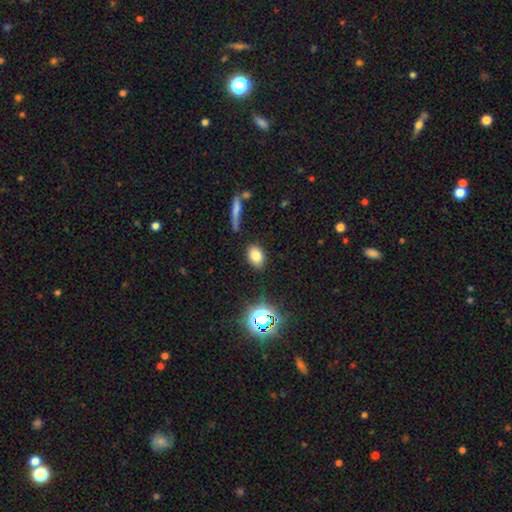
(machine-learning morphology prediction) A smooth galaxy with no disk features (78%) that is in between round and cigar-shaped (76%).

Vote fractions:
- Smooth or featured? smooth: 78% / star or artifact: 13% / featured or disk: 9%
- How rounded? in between: 76% / round: 22% / cigar-shaped: 2%
- Merging? none: 85% / minor disturbance: 10% / merger: 3% / major disturbance: 3%